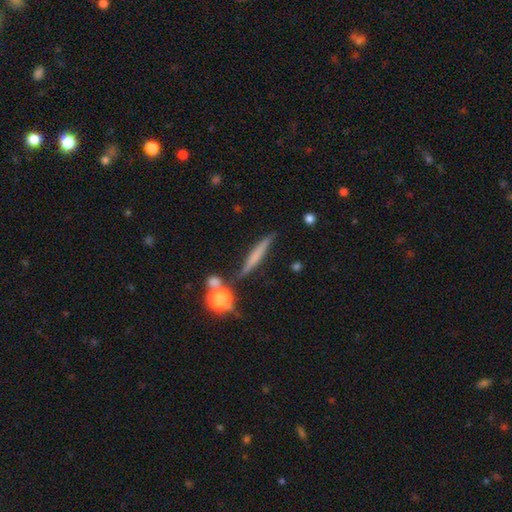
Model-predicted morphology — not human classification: smooth_or_featured: smooth (p=0.52) [alt: featured or disk p=0.38]
how_rounded: cigar-shaped (p=0.89) [alt: in between p=0.06]
merging: none (p=0.76) [alt: minor disturbance p=0.12]